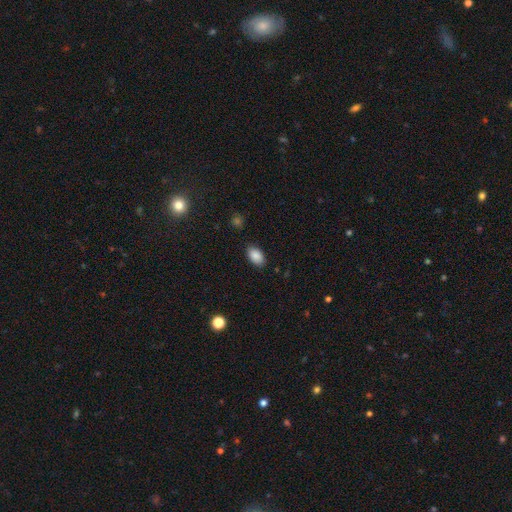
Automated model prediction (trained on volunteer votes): Morphology: type=smooth (88%); roundness=in between (92%); merging=none (84%).